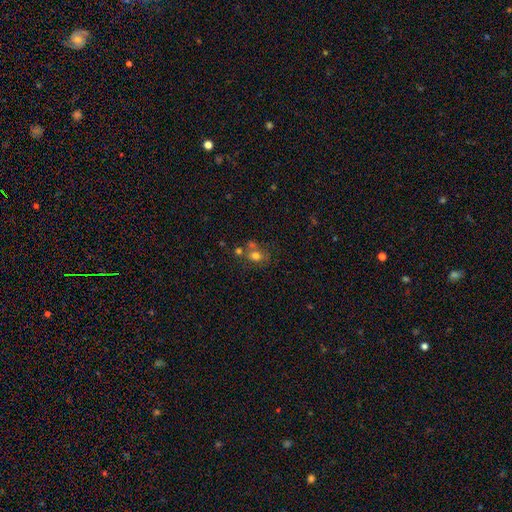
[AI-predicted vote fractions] A smooth galaxy with no disk features (69%) that is round (59%). Merging: none (47%).